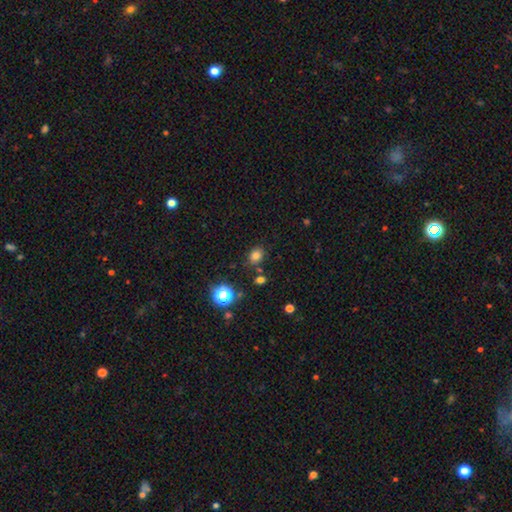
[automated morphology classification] This appears to be a smooth galaxy with no disk features (78%) that is round (55%). Merging: none (79%).